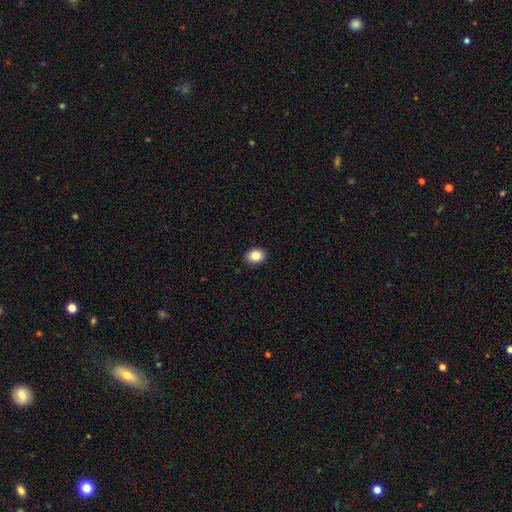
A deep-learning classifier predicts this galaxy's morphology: type=smooth (84%); roundness=in between (52%); merging=none (91%).